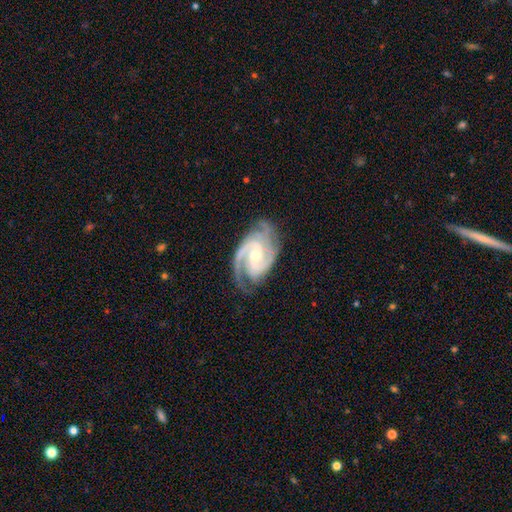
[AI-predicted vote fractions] Morphology: type=featured or disk (93%); edge-on=no (98%); bar=no (53%); spiral arms=yes (99%); winding=tight (51%); arm count=3 (42%); bulge=small (55%); merging=none (75%).